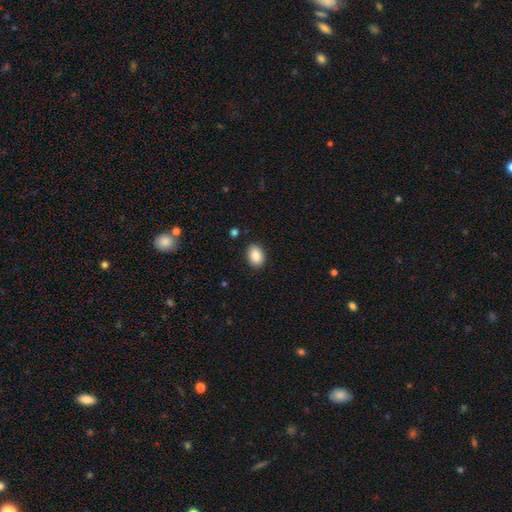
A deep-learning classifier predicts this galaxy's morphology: Smooth or featured? smooth (87%)
How rounded? in between (70%)
Merging? none (89%)